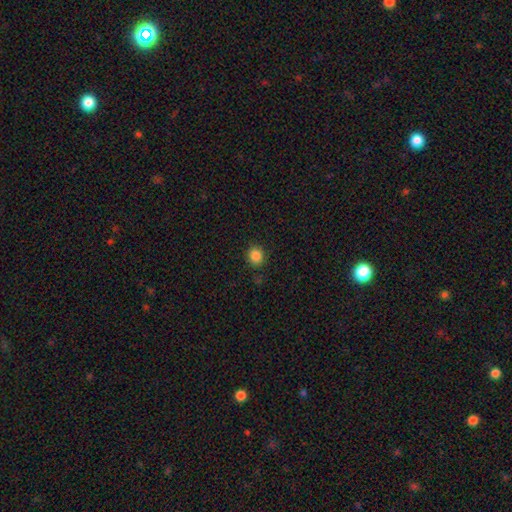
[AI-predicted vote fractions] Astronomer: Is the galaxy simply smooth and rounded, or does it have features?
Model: smooth — 85%.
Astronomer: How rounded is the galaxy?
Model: round — 80%.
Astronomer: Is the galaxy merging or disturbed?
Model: none — 88%.